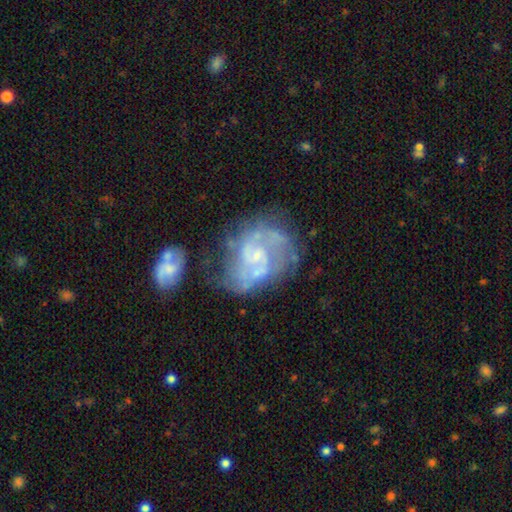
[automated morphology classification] This appears to be a featured or disk galaxy (81%) with no bar (60%), 2 (52%) medium (46%) spiral arms (84%) and a small central bulge (63%). Merging: none (43%).